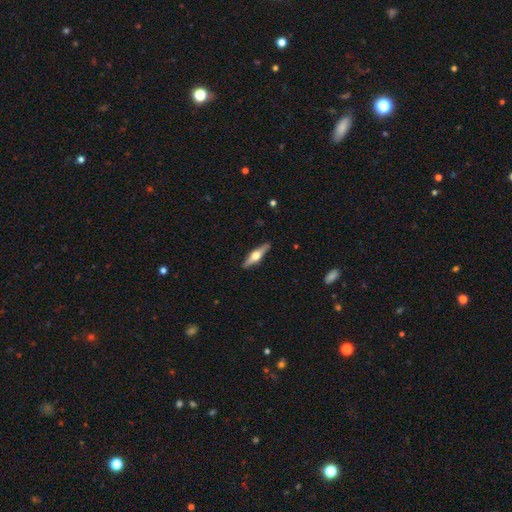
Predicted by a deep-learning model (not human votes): Smooth or featured? Predicted: featured or disk (p=0.69). Edge-on disk? Predicted: yes (p=0.97). Edge-on bulge? Predicted: rounded (p=0.95). Merging? Predicted: none (p=0.91).